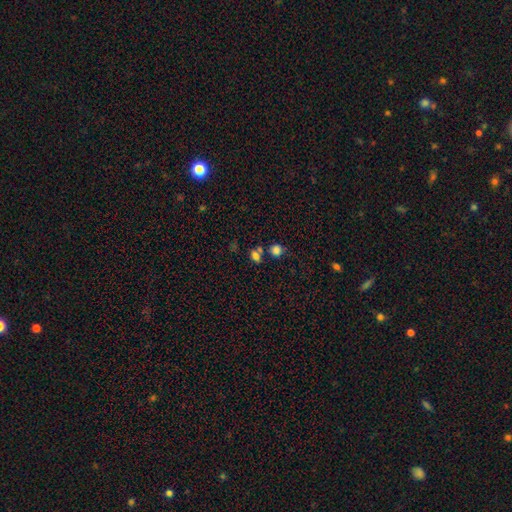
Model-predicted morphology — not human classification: A smooth galaxy with no disk features (73%) that is in between round and cigar-shaped (55%).

Vote fractions:
- Smooth or featured? smooth: 73% / star or artifact: 18% / featured or disk: 9%
- How rounded? in between: 55% / round: 43% / cigar-shaped: 3%
- Merging? none: 55% / merger: 28% / minor disturbance: 12% / major disturbance: 5%